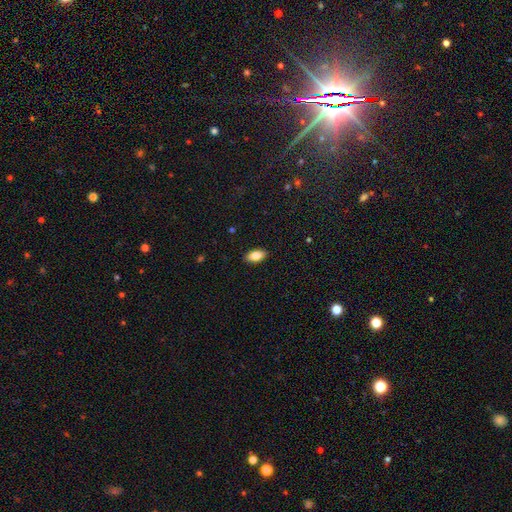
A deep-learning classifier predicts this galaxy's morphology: A smooth galaxy with no disk features (83%) that is in between round and cigar-shaped (92%).

Vote fractions:
- Smooth or featured? smooth: 83% / featured or disk: 10% / star or artifact: 7%
- How rounded? in between: 92% / cigar-shaped: 5% / round: 4%
- Merging? none: 90% / minor disturbance: 8% / major disturbance: 2% / merger: 1%